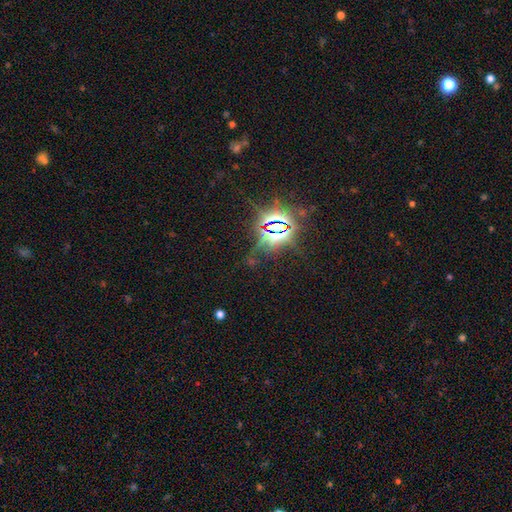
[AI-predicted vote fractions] smooth-or-featured: star or artifact: 86% | smooth: 7% | featured or disk: 7%